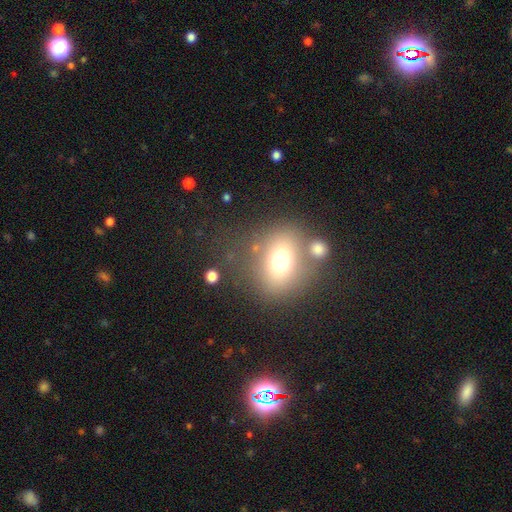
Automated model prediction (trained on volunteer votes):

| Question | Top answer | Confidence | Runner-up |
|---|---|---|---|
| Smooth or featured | smooth | 51% | featured or disk (26%) |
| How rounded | in between | 55% | round (40%) |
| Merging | none | 62% | minor disturbance (15%) |